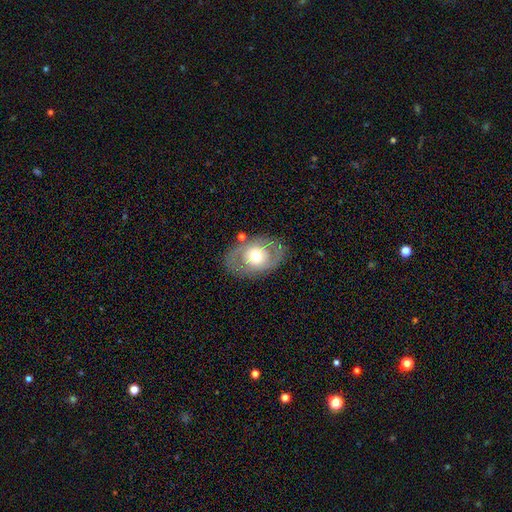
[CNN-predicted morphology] smooth-or-featured: featured or disk: 57% | smooth: 36% | star or artifact: 7%
  disk-edge-on: no: 92% | yes: 8%
    bar: no: 81% | weak: 14% | strong: 5%
    has-spiral-arms: no: 67% | yes: 33%
    bulge-size: moderate: 65% | large: 16% | small: 16% | dominant: 2% | none: 1%
  merging: none: 79% | minor disturbance: 13% | major disturbance: 6% | merger: 3%